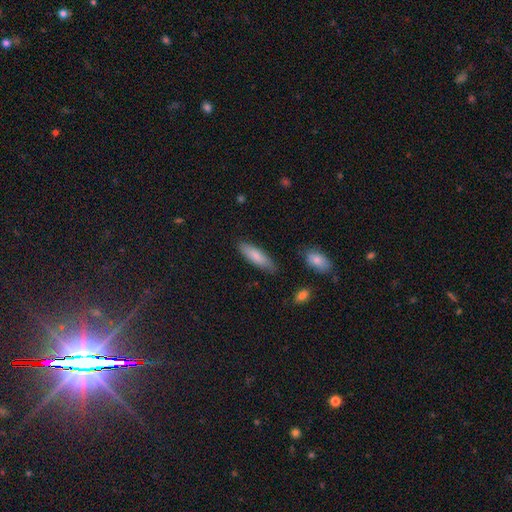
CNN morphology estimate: Smooth or featured? smooth (81%)
How rounded? cigar-shaped (53%)
Merging? none (82%)